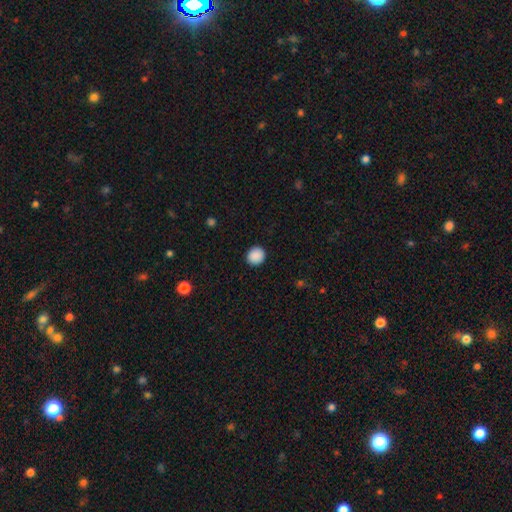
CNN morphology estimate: smooth-or-featured: smooth: 90% | star or artifact: 8% | featured or disk: 2%
  how-rounded: round: 87% | in between: 13% | cigar-shaped: 1%
  merging: none: 92% | minor disturbance: 5% | major disturbance: 2% | merger: 1%